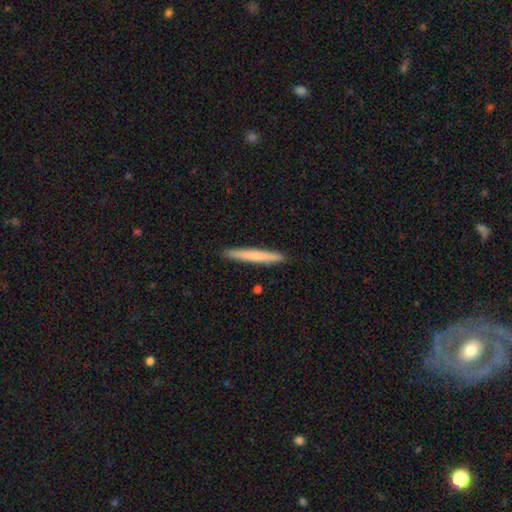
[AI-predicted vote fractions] Smooth or featured: smooth — 67% (featured or disk — 28%)
How rounded: cigar-shaped — 97% (in between — 2%)
Merging: none — 92% (minor disturbance — 6%)